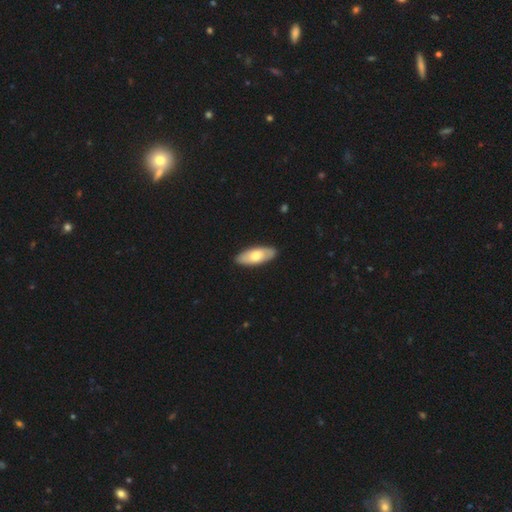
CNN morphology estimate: The model was most divided on "smooth or featured": smooth: 65%, featured or disk: 31%, star or artifact: 4%. More confident: merging — none (90%); how rounded — in between (82%).